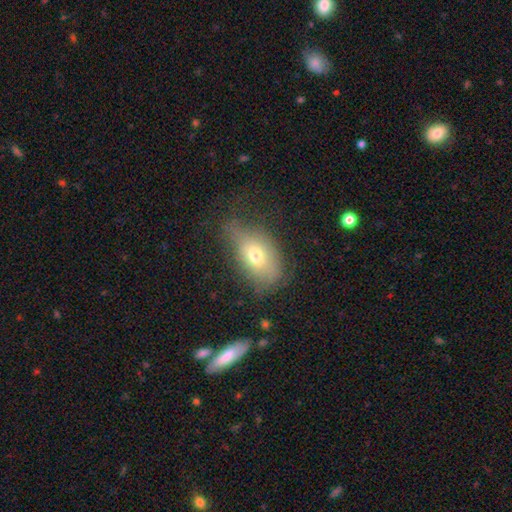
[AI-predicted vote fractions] Smooth or featured? smooth (66%)
How rounded? in between (86%)
Merging? none (46%)